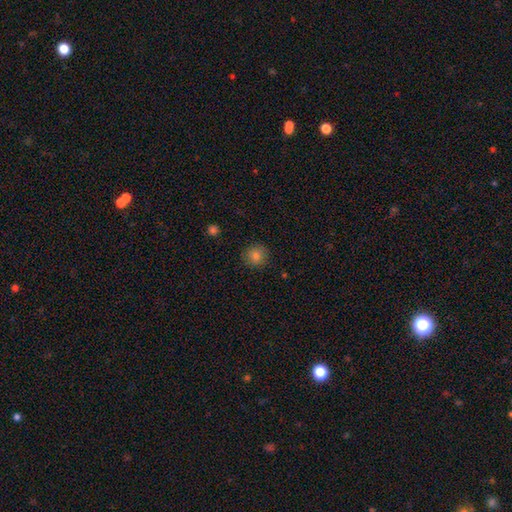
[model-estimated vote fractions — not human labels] smooth 84%, star or artifact 11%, featured or disk 5%. Down the decision tree: how rounded — round (91%); merging — none (89%).